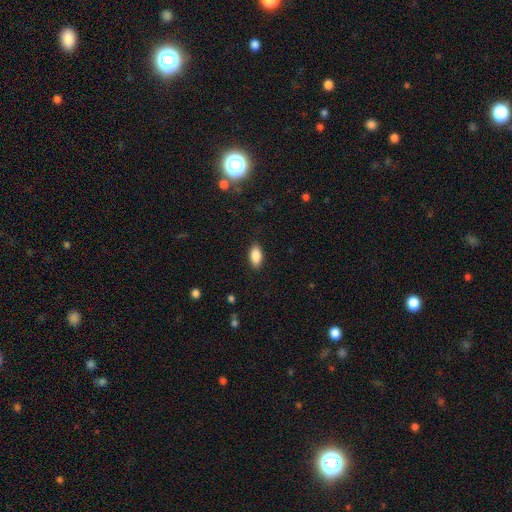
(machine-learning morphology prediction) Smooth or featured? Predicted: smooth (p=0.88). How rounded? Predicted: in between (p=0.92). Merging? Predicted: none (p=0.87).